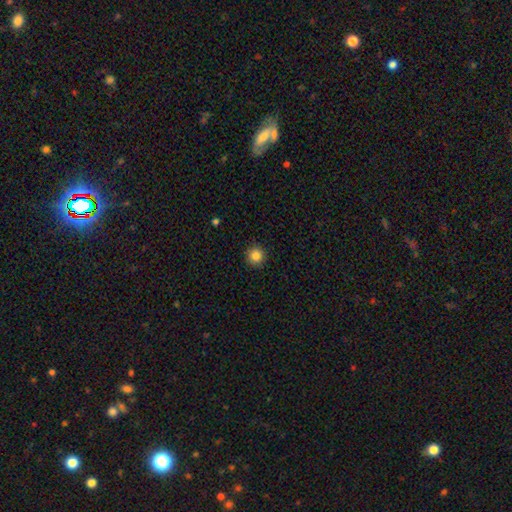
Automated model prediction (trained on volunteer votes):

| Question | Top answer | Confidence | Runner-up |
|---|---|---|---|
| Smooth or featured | smooth | 86% | star or artifact (10%) |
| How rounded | round | 95% | in between (4%) |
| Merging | none | 91% | minor disturbance (6%) |